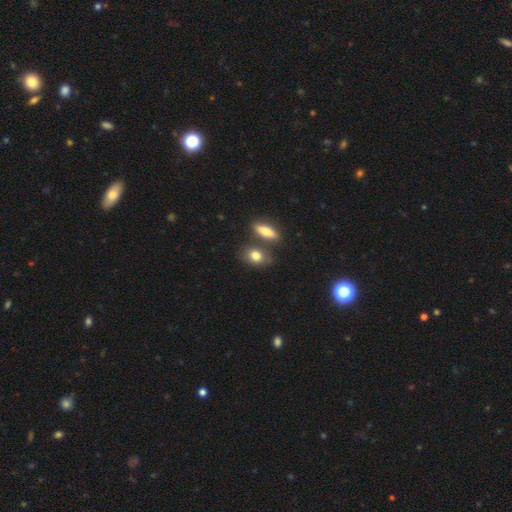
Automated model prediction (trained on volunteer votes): This appears to be a smooth galaxy with no disk features (80%) that is in between round and cigar-shaped (71%). Merging: none (60%).